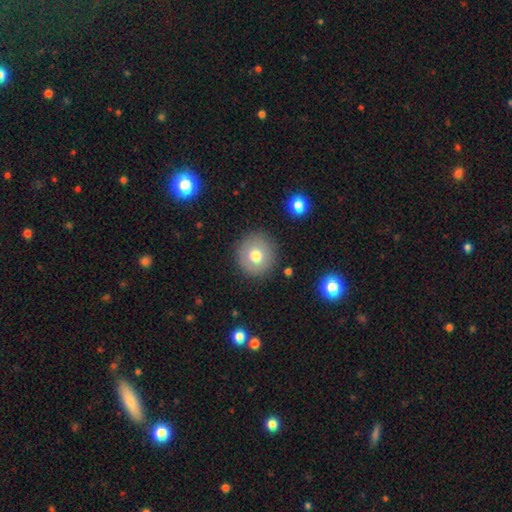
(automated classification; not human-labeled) A smooth galaxy with no disk features (72%) that is round (92%). Merging: none (87%).